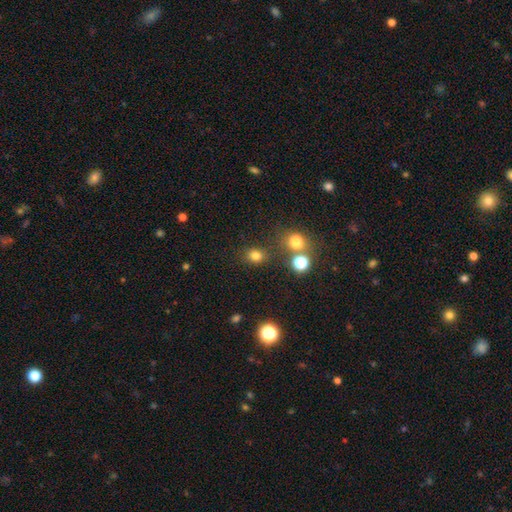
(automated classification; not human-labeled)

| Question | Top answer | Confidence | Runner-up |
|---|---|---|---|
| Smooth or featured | smooth | 77% | star or artifact (17%) |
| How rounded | round | 70% | in between (29%) |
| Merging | none | 78% | minor disturbance (10%) |